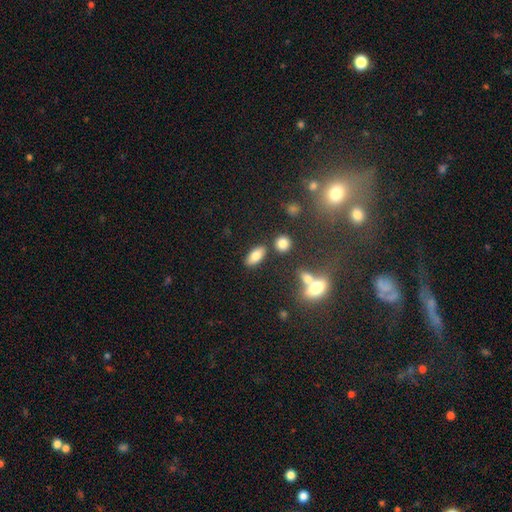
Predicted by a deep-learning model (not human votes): A smooth galaxy with no disk features (78%) that is in between round and cigar-shaped (84%).

Vote fractions:
- Smooth or featured? smooth: 78% / featured or disk: 13% / star or artifact: 9%
- How rounded? in between: 84% / cigar-shaped: 11% / round: 5%
- Merging? none: 80% / minor disturbance: 10% / merger: 7% / major disturbance: 3%